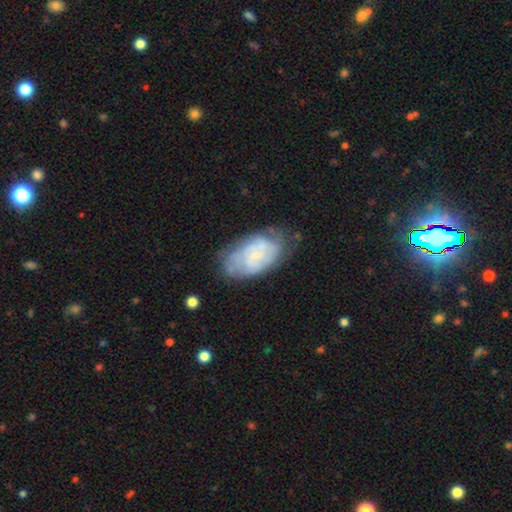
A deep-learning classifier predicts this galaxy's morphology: A featured or disk galaxy (69%) with no bar (67%), tight (61%) spiral arms (86%) and a small central bulge (74%). Merging: none (66%).